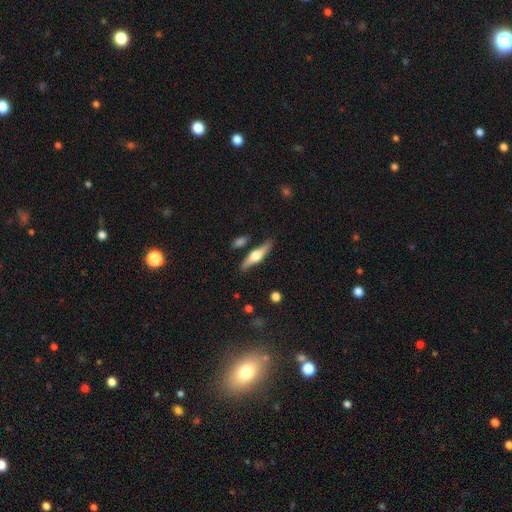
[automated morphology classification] Smooth or featured? featured or disk (58%)
Edge-on disk? yes (92%)
Edge-on bulge? rounded (93%)
Merging? none (81%)